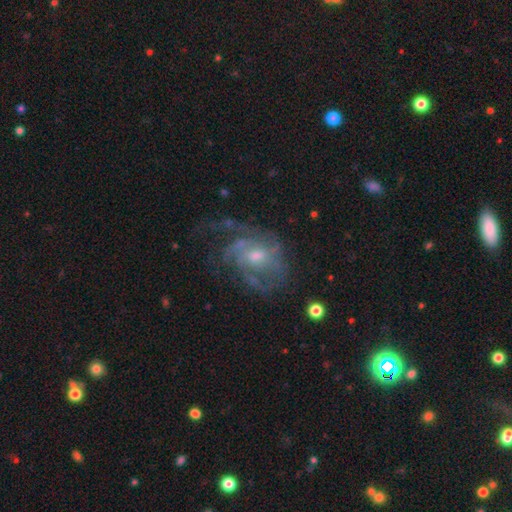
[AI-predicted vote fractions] Smooth or featured? featured or disk (80%)
Edge-on disk? no (97%)
Bar? no (61%)
Spiral arms? yes (88%)
Spiral winding? medium (42%)
Spiral arm count? can't tell (35%)
Bulge size? moderate (52%)
Merging? none (51%)